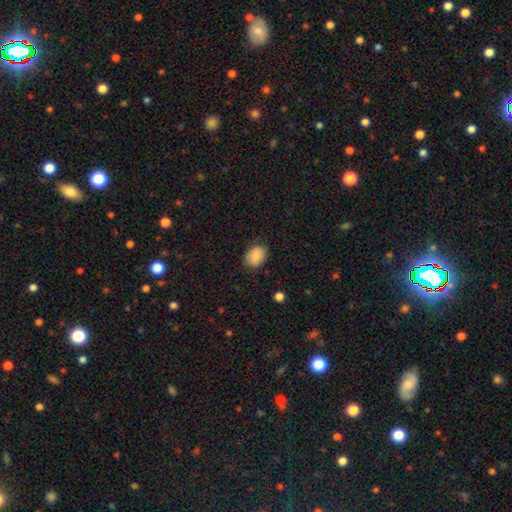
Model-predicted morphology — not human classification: Smooth or featured?
  - smooth: 85% *
  - featured or disk: 7%
  - star or artifact: 7%
How rounded?
  - in between: 71% *
  - round: 28%
  - cigar-shaped: 1%
Merging?
  - none: 78% *
  - minor disturbance: 17%
  - major disturbance: 4%
  - merger: 1%